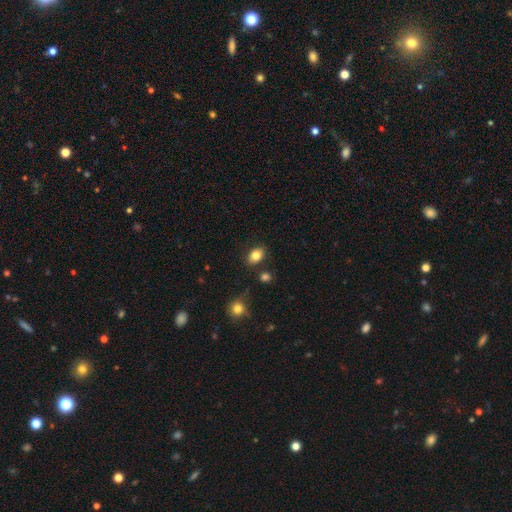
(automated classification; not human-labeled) This is clearly a smooth galaxy (82%). How rounded: likely in between (77%). Merging: clearly none (83%).